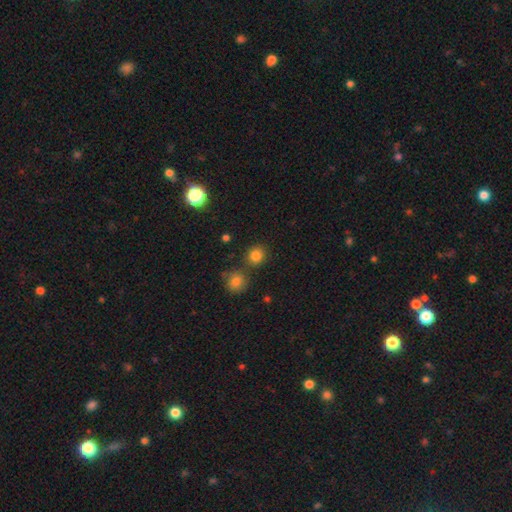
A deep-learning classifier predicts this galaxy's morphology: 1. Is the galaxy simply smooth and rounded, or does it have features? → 83% smooth, 13% star or artifact, 5% featured or disk.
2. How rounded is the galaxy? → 85% round, 14% in between, 1% cigar-shaped.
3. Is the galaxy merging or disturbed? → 77% none, 12% merger, 8% minor disturbance, 3% major disturbance.